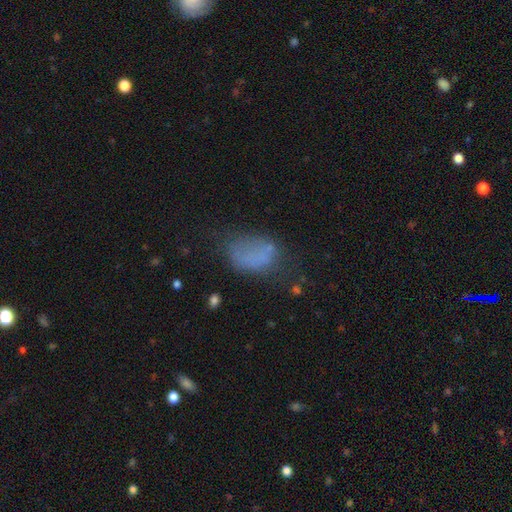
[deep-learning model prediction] A smooth galaxy with no disk features (61%) that is in between round and cigar-shaped (87%). Merging: none (41%).